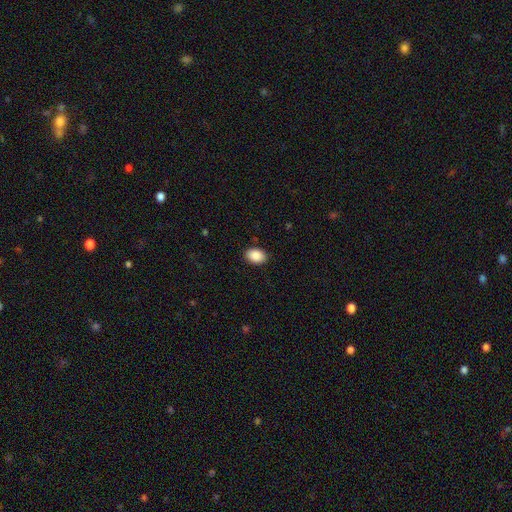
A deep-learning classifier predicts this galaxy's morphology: This appears to be a smooth galaxy with no disk features (90%) that is in between round and cigar-shaped (86%). Merging: none (90%).